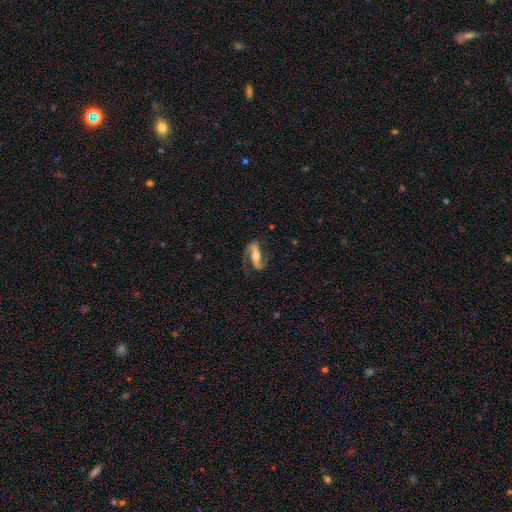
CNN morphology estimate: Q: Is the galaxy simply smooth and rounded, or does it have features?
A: featured or disk — 87%.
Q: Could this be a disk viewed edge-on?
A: no — 95%.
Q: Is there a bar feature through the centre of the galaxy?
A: strong — 49%.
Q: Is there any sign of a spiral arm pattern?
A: yes — 96%.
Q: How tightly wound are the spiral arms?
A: medium — 47%.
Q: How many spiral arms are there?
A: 2 — 91%.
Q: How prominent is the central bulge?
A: moderate — 60%.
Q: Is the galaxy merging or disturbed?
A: none — 74%.